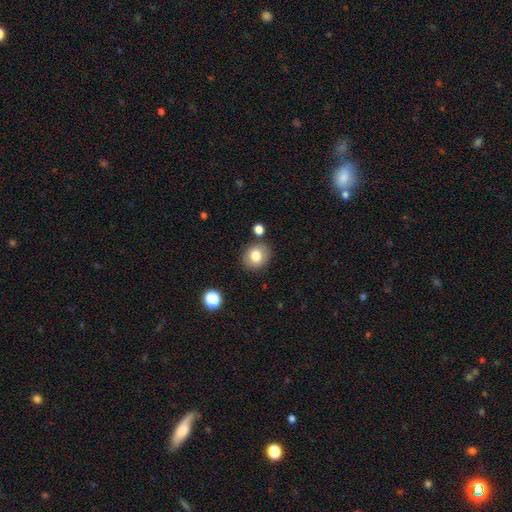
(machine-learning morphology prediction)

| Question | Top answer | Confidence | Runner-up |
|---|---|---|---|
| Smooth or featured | smooth | 79% | featured or disk (11%) |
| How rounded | round | 71% | in between (28%) |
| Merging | none | 82% | minor disturbance (10%) |